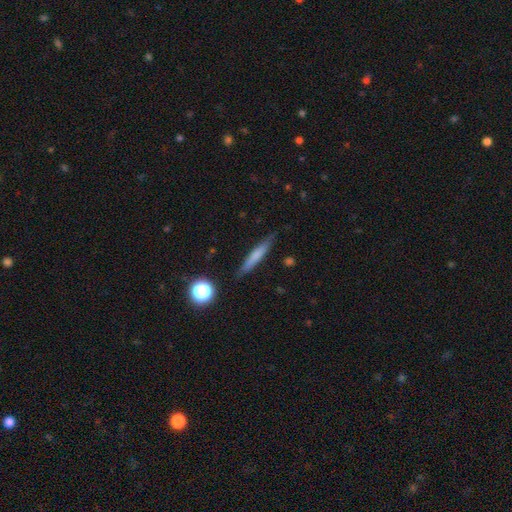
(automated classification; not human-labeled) smooth-or-featured: smooth: 62% | featured or disk: 30% | star or artifact: 8%
  how-rounded: cigar-shaped: 92% | in between: 6% | round: 2%
  merging: none: 86% | minor disturbance: 10% | major disturbance: 2% | merger: 2%